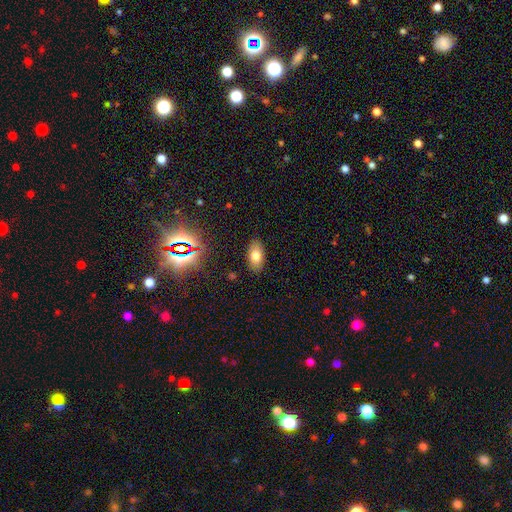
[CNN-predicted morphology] Smooth or featured?
  - smooth: 74% *
  - featured or disk: 13%
  - star or artifact: 12%
How rounded?
  - in between: 92% *
  - round: 6%
  - cigar-shaped: 2%
Merging?
  - none: 87% *
  - minor disturbance: 9%
  - major disturbance: 2%
  - merger: 1%